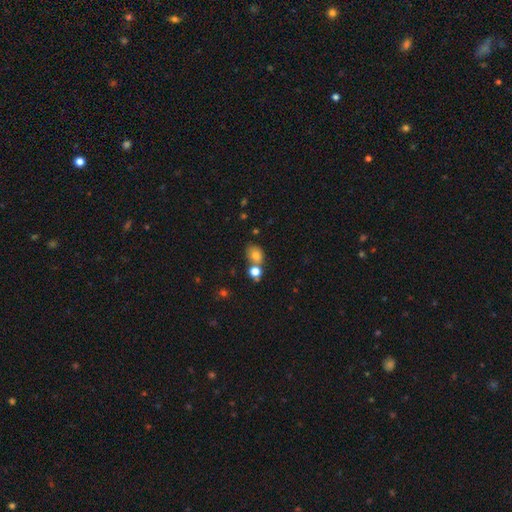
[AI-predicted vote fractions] The model was most divided on "how rounded": in between: 54%, round: 45%, cigar-shaped: 1%. Remaining: smooth or featured — smooth (76%); merging — none (48%).